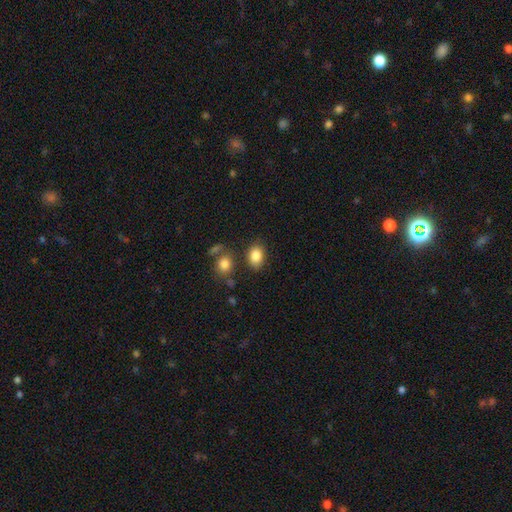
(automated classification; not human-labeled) A smooth galaxy with no disk features (85%) that is in between round and cigar-shaped (72%).

Vote fractions:
- Smooth or featured? smooth: 85% / star or artifact: 9% / featured or disk: 6%
- How rounded? in between: 72% / round: 27% / cigar-shaped: 1%
- Merging? none: 77% / minor disturbance: 12% / merger: 7% / major disturbance: 4%